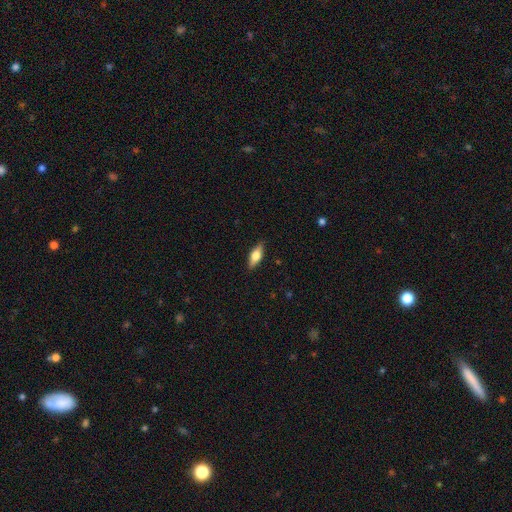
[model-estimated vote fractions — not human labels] Smooth or featured? Predicted: smooth (p=0.58). How rounded? Predicted: in between (p=0.66). Merging? Predicted: none (p=0.87).